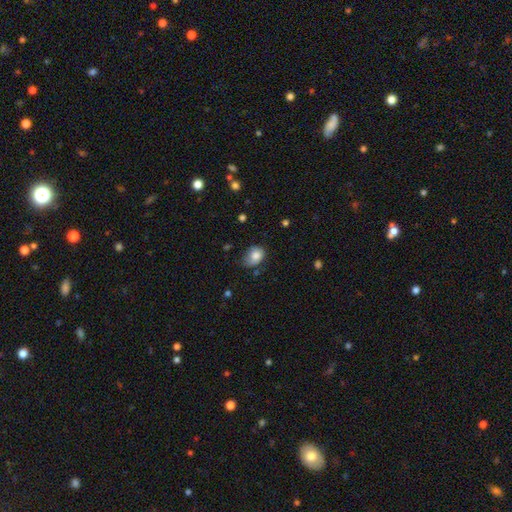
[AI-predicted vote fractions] The model was most divided on "merging": none: 52%, minor disturbance: 35%, major disturbance: 10%, merger: 3%. More confident: smooth or featured — smooth (81%); how rounded — in between (62%).